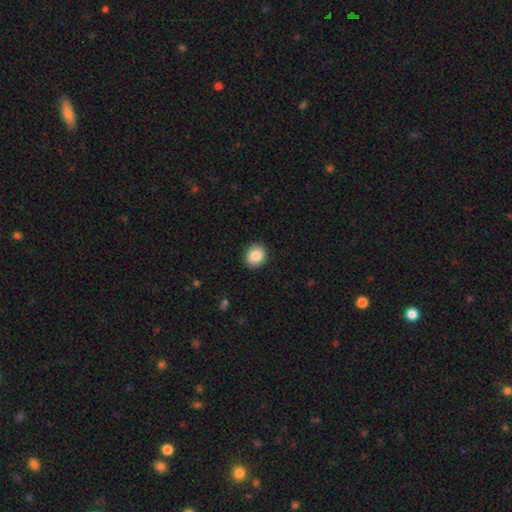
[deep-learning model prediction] A smooth galaxy with no disk features (86%) that is round (60%).

Vote fractions:
- Smooth or featured? smooth: 86% / star or artifact: 8% / featured or disk: 6%
- How rounded? round: 60% / in between: 39% / cigar-shaped: 1%
- Merging? none: 90% / minor disturbance: 7% / major disturbance: 2% / merger: 1%